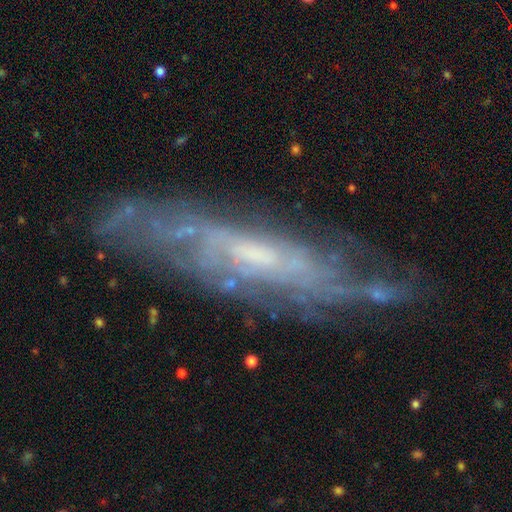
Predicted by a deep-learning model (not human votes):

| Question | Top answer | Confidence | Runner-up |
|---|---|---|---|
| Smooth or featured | featured or disk | 77% | smooth (15%) |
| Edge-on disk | no | 62% | yes (38%) |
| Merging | none | 70% | minor disturbance (19%) |